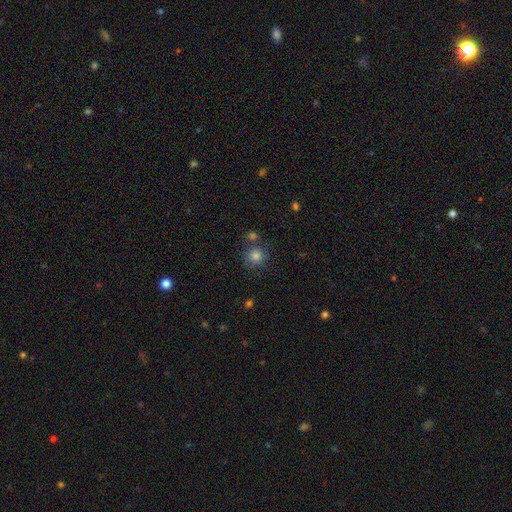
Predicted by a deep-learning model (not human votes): Morphology: type=smooth (82%); roundness=round (91%); merging=none (72%).